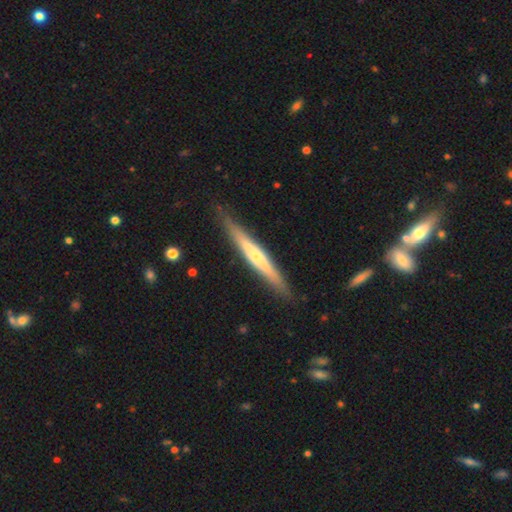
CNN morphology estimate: Q: Smooth or featured?
A: featured or disk (65%); runner-up: smooth (29%)
Q: Edge-on disk?
A: yes (96%); runner-up: no (4%)
Q: Edge-on bulge?
A: rounded (59%); runner-up: none (35%)
Q: Merging?
A: none (87%); runner-up: minor disturbance (10%)